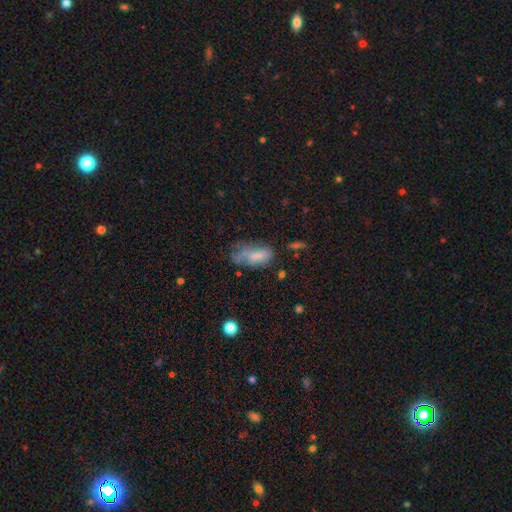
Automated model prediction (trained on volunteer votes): Smooth or featured? smooth (63%)
How rounded? in between (87%)
Merging? none (34%)